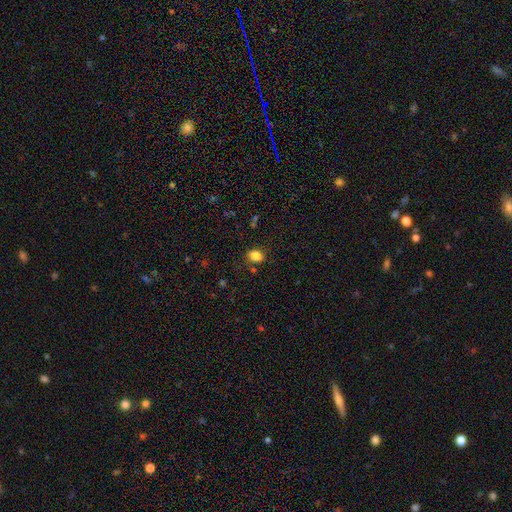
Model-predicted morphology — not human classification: Smooth or featured? smooth (83%)
How rounded? in between (59%)
Merging? none (80%)